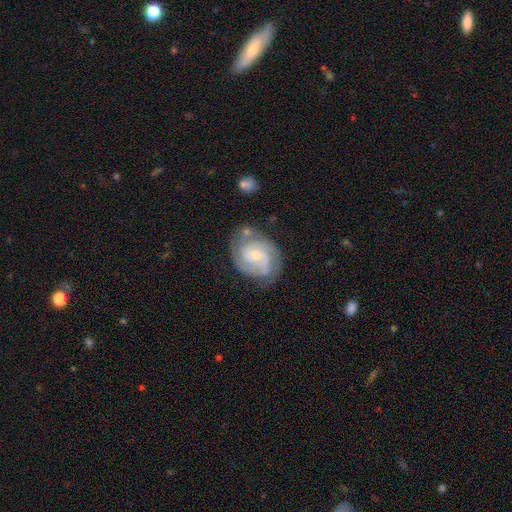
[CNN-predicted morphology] This is clearly a featured or disk galaxy (83%). It is clearly not viewed edge-on (97%). Bar: likely no (63%). Spiral arm pattern: clearly yes (95%). Spiral arm count: marginally 2 (45%). Spiral winding: possibly tight (57%). Central bulge: possibly small (59%). Merging: likely none (66%).